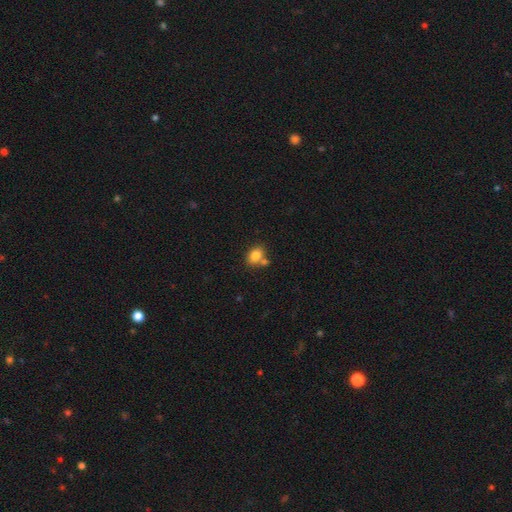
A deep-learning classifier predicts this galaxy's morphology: smooth-or-featured: smooth: 82% | star or artifact: 10% | featured or disk: 8%
  how-rounded: in between: 65% | round: 33% | cigar-shaped: 1%
  merging: none: 59% | merger: 25% | minor disturbance: 13% | major disturbance: 3%